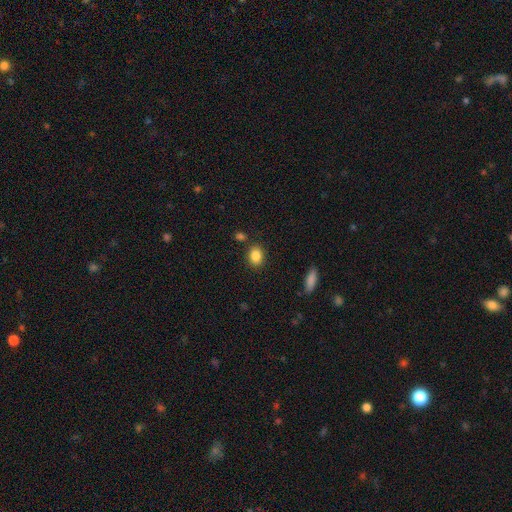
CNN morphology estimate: A smooth galaxy with no disk features (86%) that is in between round and cigar-shaped (60%). Merging: none (82%).